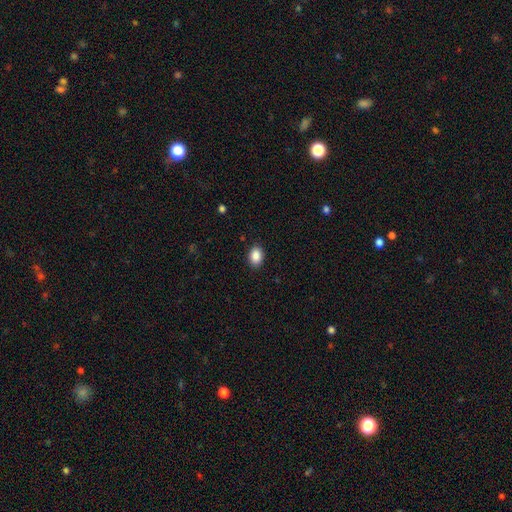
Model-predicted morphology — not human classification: This is clearly a smooth galaxy (89%). How rounded: likely in between (72%). Merging: clearly none (89%).